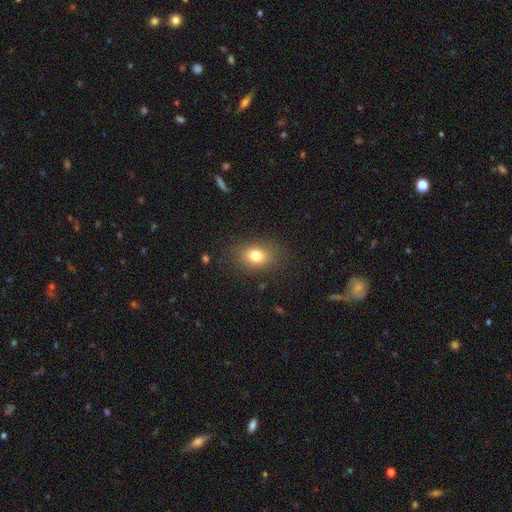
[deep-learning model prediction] This is likely a smooth galaxy (78%). How rounded: likely in between (69%). Merging: clearly none (84%).